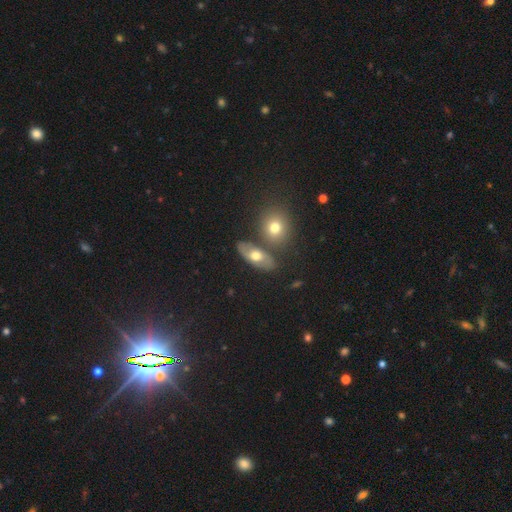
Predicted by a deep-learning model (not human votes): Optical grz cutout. It shows a smooth galaxy with no disk features (48%). Merging: none (69%).